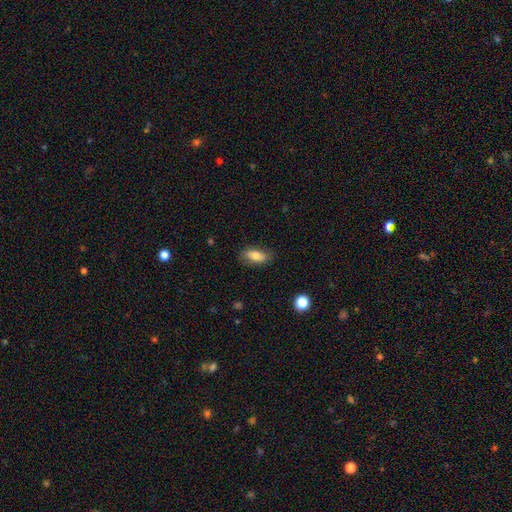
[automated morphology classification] Smooth or featured?
  - smooth: 77% *
  - featured or disk: 16%
  - star or artifact: 7%
How rounded?
  - in between: 83% *
  - cigar-shaped: 13%
  - round: 4%
Merging?
  - none: 81% *
  - minor disturbance: 14%
  - major disturbance: 3%
  - merger: 1%